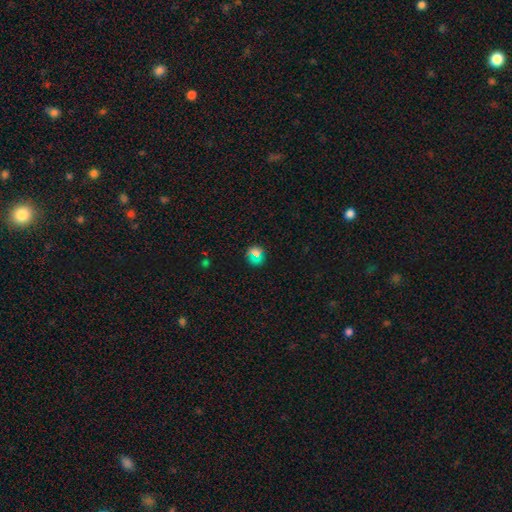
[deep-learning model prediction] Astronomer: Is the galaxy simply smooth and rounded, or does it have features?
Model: smooth — 67%.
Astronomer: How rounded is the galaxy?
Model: round — 89%.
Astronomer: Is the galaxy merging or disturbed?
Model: none — 83%.